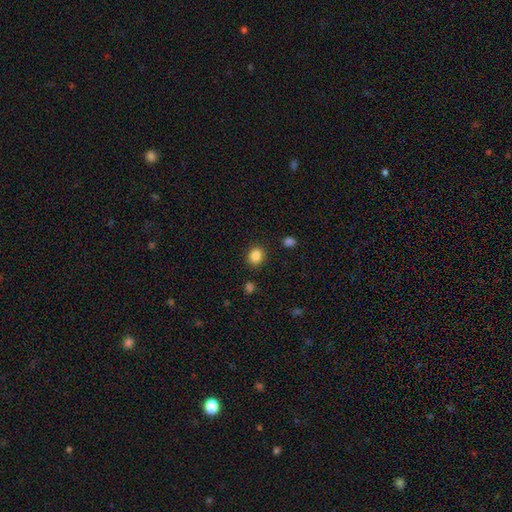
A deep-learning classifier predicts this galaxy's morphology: Q: Smooth or featured?
A: smooth (86%); runner-up: star or artifact (10%)
Q: How rounded?
A: round (66%); runner-up: in between (33%)
Q: Merging?
A: none (87%); runner-up: minor disturbance (8%)